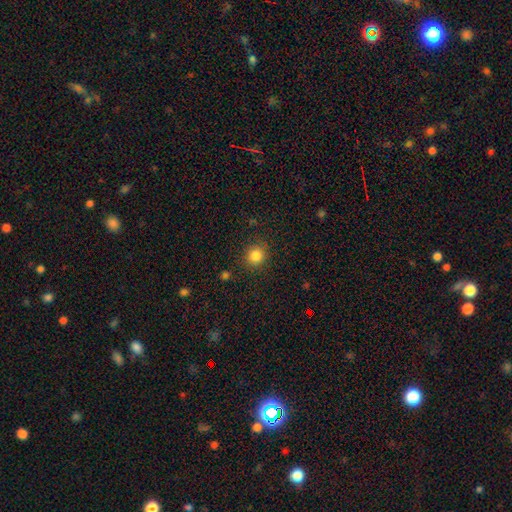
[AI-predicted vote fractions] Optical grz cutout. It shows a smooth galaxy with no disk features (85%) that is round (88%). Merging: none (87%).